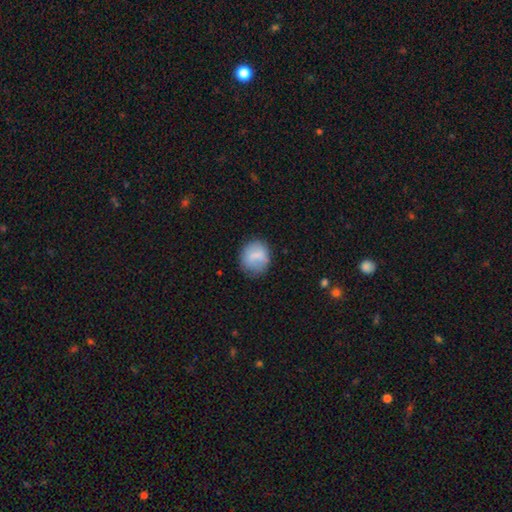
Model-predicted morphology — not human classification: A smooth galaxy with no disk features (77%) that is round (78%). Merging: none (72%).